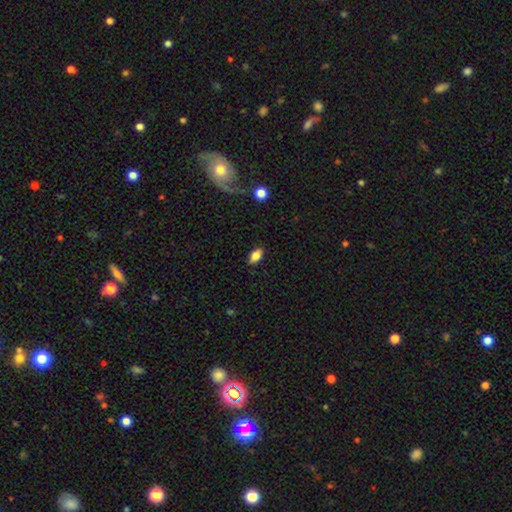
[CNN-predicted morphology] This appears to be a smooth galaxy with no disk features (82%) that is in between round and cigar-shaped (91%). Merging: none (87%).